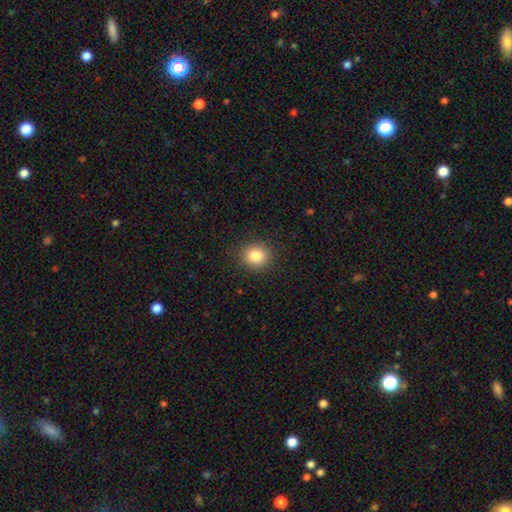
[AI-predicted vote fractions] Morphology: type=smooth (83%); roundness=round (74%); merging=none (89%).